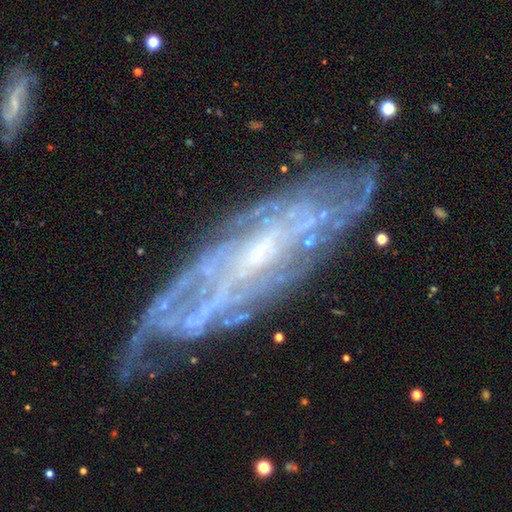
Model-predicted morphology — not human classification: Q: Smooth or featured?
A: featured or disk (83%); runner-up: smooth (9%)
Q: Edge-on disk?
A: no (79%); runner-up: yes (21%)
Q: Bar?
A: no (46%); runner-up: weak (39%)
Q: Spiral arms?
A: yes (90%); runner-up: no (10%)
Q: Spiral winding?
A: tight (63%); runner-up: medium (29%)
Q: Spiral arm count?
A: can't tell (55%); runner-up: 2 (14%)
Q: Bulge size?
A: small (62%); runner-up: moderate (25%)
Q: Merging?
A: none (70%); runner-up: minor disturbance (20%)